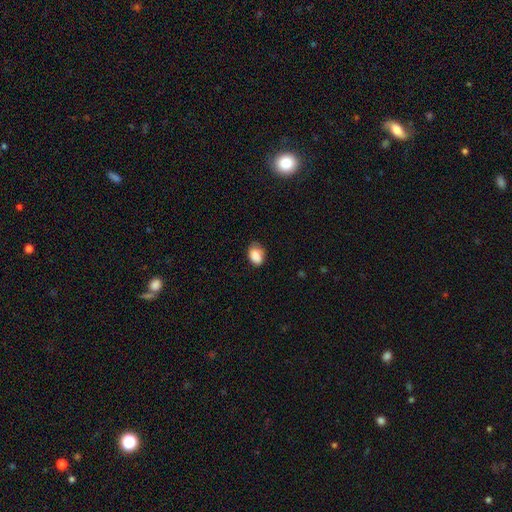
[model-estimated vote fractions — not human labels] This appears to be a smooth galaxy with no disk features (84%) that is in between round and cigar-shaped (76%). Merging: none (56%).